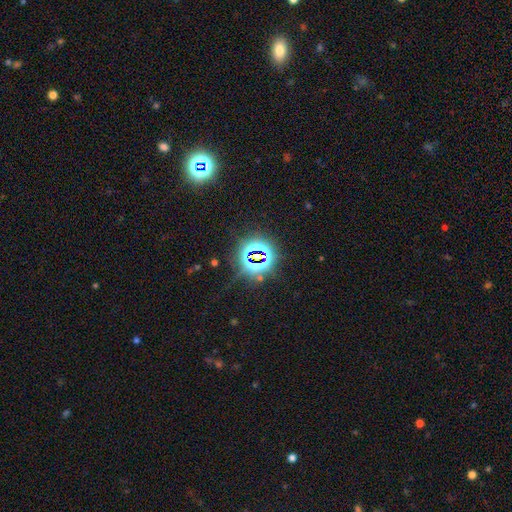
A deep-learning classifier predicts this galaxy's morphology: Smooth or featured?
  - star or artifact: 80% *
  - smooth: 12%
  - featured or disk: 8%